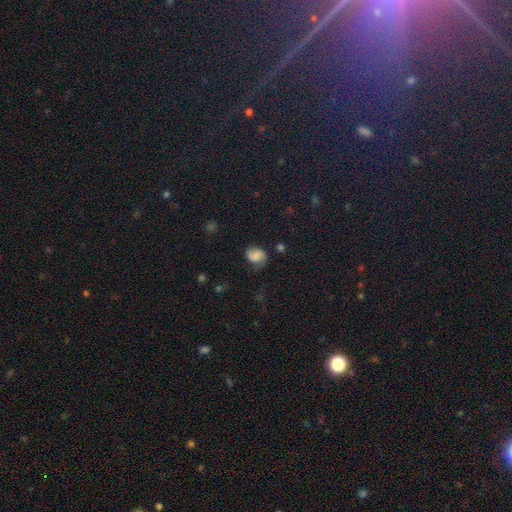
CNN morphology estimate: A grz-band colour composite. It shows a smooth galaxy with no disk features (48%). Merging: none (63%).